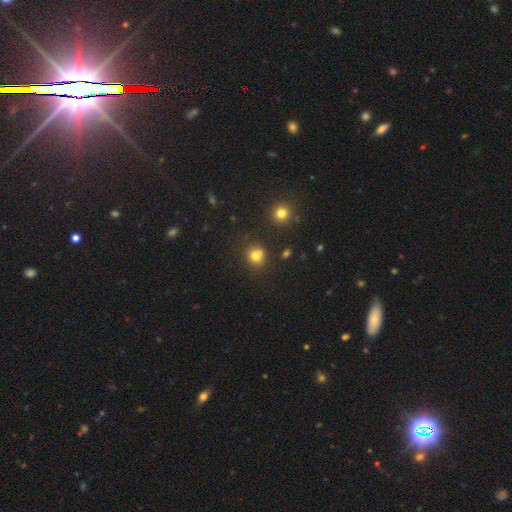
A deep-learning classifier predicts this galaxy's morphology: Overall: smooth (76%). How rounded: round (79%). Merging: none (62%).